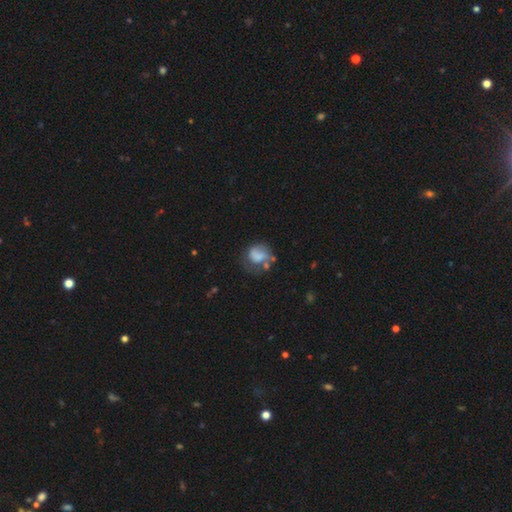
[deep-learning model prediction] This appears to be a smooth galaxy with no disk features (61%) that is round (64%). Merging: none (35%).